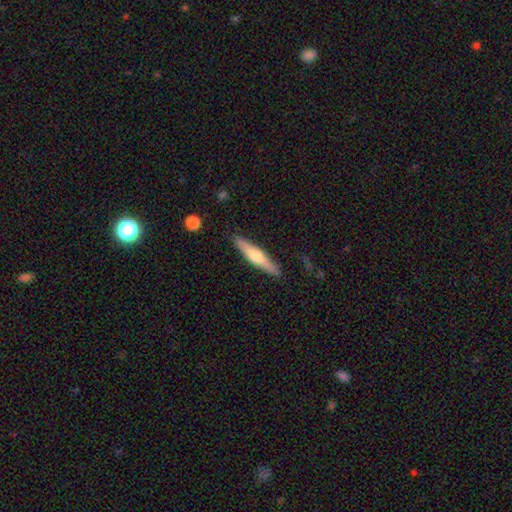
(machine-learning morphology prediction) Smooth or featured: featured or disk — 50% (smooth — 45%)
Edge-on disk: yes — 95% (no — 5%)
Merging: none — 88% (minor disturbance — 9%)